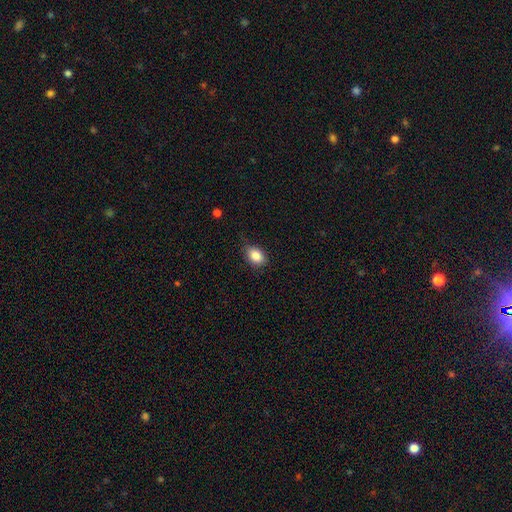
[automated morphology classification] Smooth or featured? smooth (86%)
How rounded? in between (75%)
Merging? none (76%)